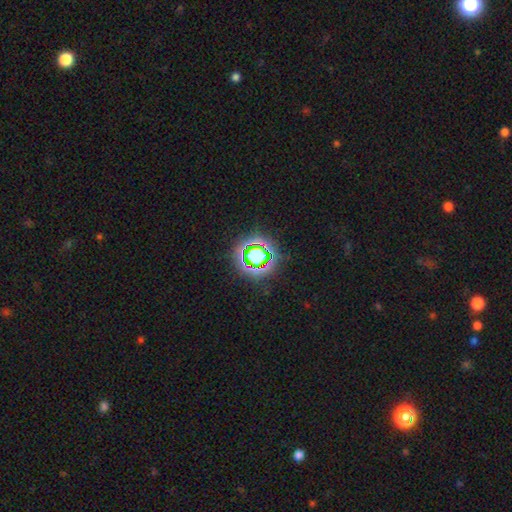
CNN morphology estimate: A star or artifact, not a galaxy (62%).

Vote fractions:
- Smooth or featured? star or artifact: 62% / smooth: 24% / featured or disk: 13%